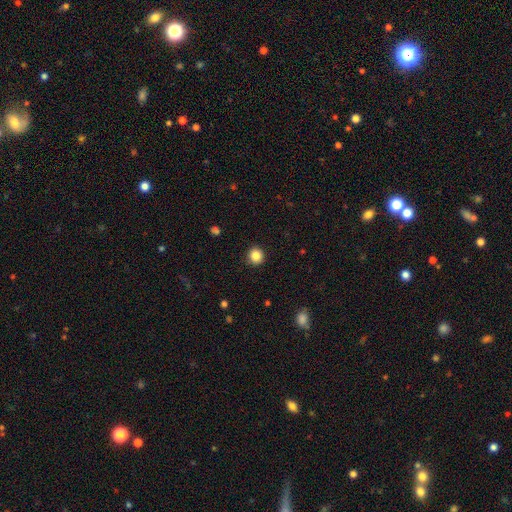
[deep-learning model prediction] Smooth or featured? Predicted: smooth (p=0.85). How rounded? Predicted: round (p=0.91). Merging? Predicted: none (p=0.91).